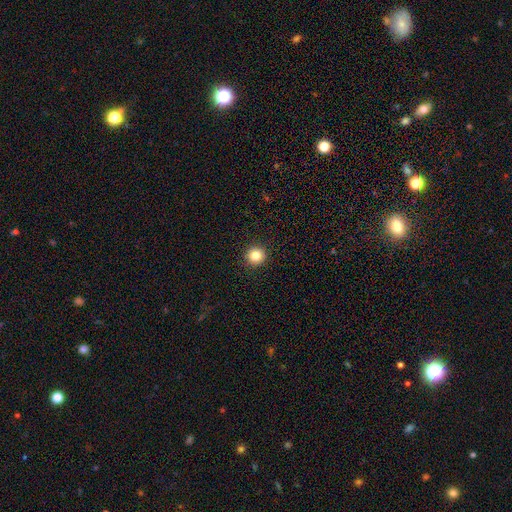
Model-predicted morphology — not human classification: A smooth galaxy with no disk features (84%) that is round (94%). Merging: none (93%).